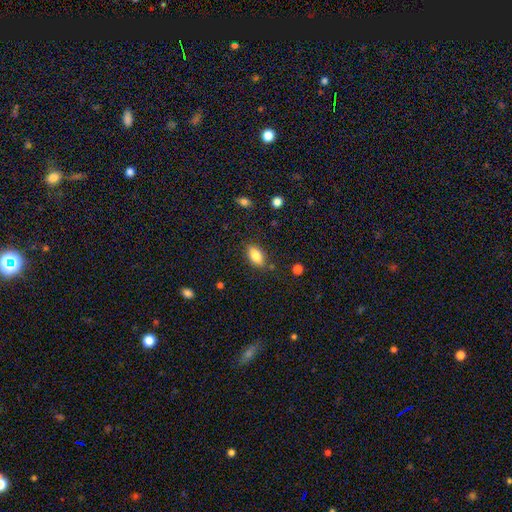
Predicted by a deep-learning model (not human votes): Smooth or featured: smooth — 81% (featured or disk — 10%)
How rounded: in between — 88% (cigar-shaped — 6%)
Merging: none — 80% (minor disturbance — 14%)